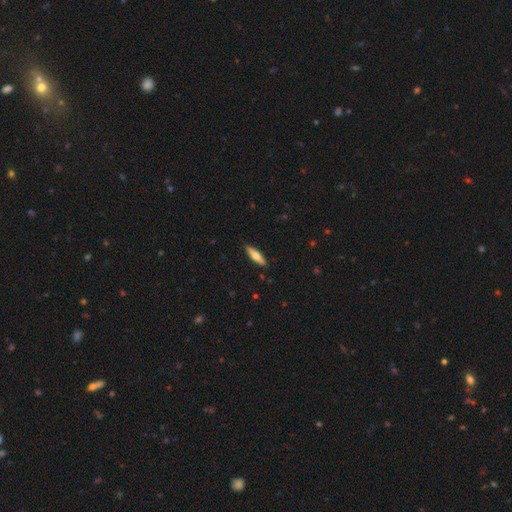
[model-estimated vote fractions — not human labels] Q: Smooth or featured?
A: smooth (62%); runner-up: featured or disk (33%)
Q: How rounded?
A: cigar-shaped (66%); runner-up: in between (32%)
Q: Merging?
A: none (89%); runner-up: minor disturbance (8%)